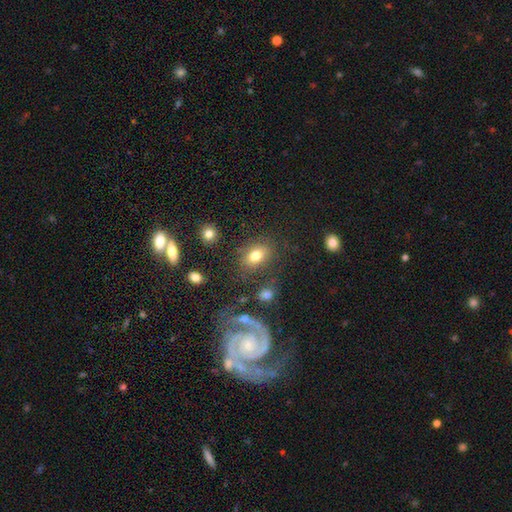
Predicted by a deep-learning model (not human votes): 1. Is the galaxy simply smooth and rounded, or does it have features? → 76% smooth, 12% star or artifact, 12% featured or disk.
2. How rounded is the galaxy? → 77% in between, 21% round, 2% cigar-shaped.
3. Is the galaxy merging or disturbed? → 74% none, 14% minor disturbance, 6% major disturbance, 6% merger.